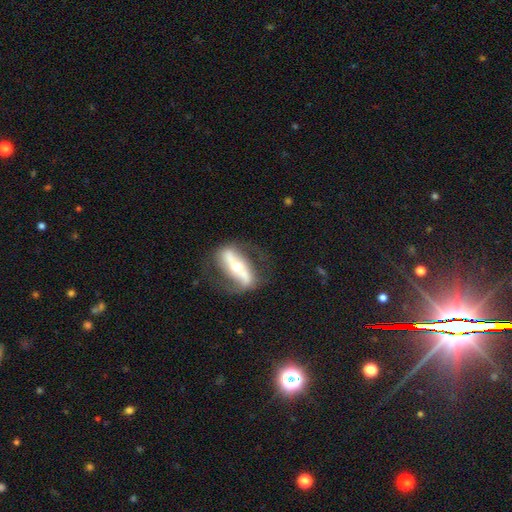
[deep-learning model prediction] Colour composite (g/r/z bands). It shows a featured or disk galaxy (71%) with a strong bar (57%), spiral arms (68%) and a moderate central bulge (50%). Merging: none (65%).